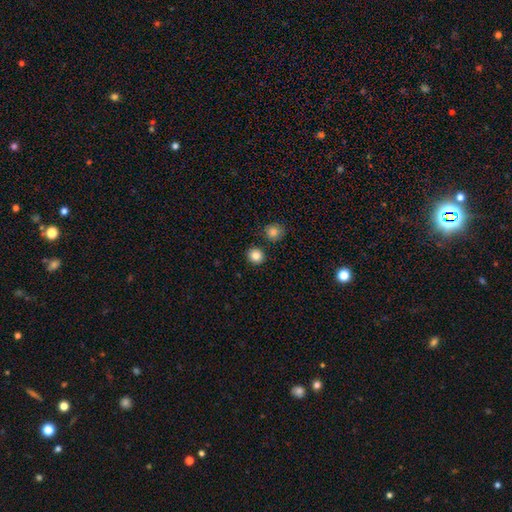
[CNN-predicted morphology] This is clearly a smooth galaxy (85%). How rounded: clearly round (89%). Merging: clearly none (88%).